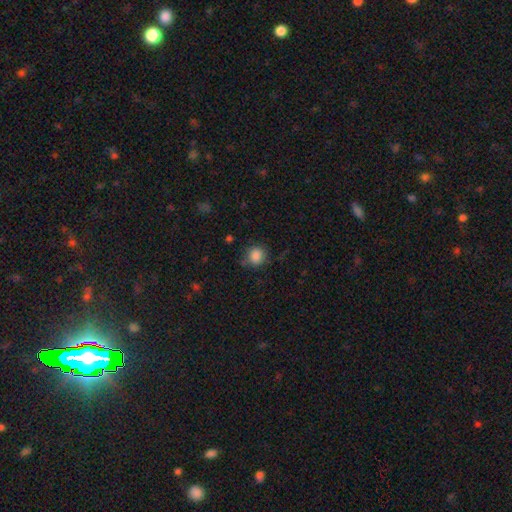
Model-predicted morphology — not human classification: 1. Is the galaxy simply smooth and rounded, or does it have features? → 86% smooth, 9% star or artifact, 4% featured or disk.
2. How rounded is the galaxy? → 83% round, 16% in between, 1% cigar-shaped.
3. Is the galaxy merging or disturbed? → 78% none, 16% minor disturbance, 4% major disturbance, 2% merger.